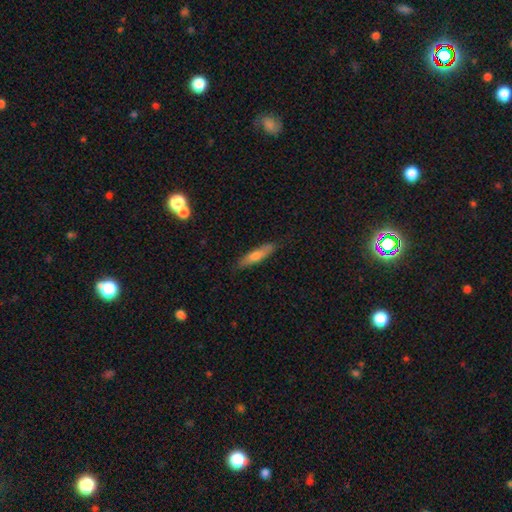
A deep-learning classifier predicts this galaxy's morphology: Smooth or featured: smooth — 55% (featured or disk — 37%)
How rounded: cigar-shaped — 83% (in between — 15%)
Merging: none — 86% (minor disturbance — 11%)